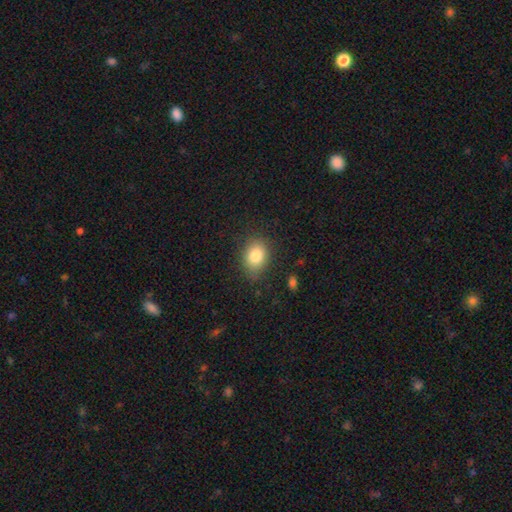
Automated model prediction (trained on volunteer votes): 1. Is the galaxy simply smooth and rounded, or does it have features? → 83% smooth, 9% star or artifact, 8% featured or disk.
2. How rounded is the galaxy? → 67% in between, 32% round, 1% cigar-shaped.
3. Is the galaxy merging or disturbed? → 79% none, 16% minor disturbance, 4% major disturbance, 1% merger.